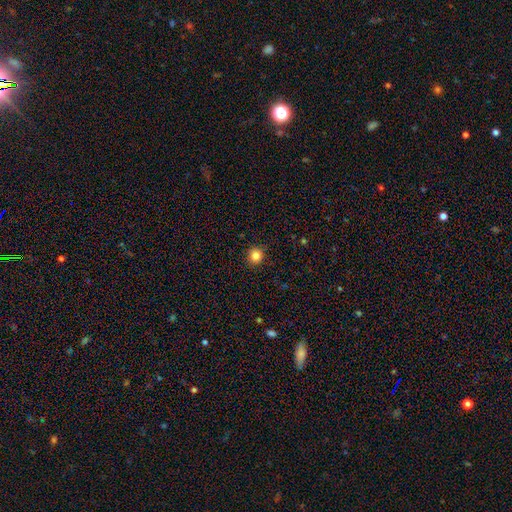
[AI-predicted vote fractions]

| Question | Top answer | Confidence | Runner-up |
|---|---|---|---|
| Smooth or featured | smooth | 84% | star or artifact (11%) |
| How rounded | round | 90% | in between (10%) |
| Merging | none | 91% | minor disturbance (6%) |